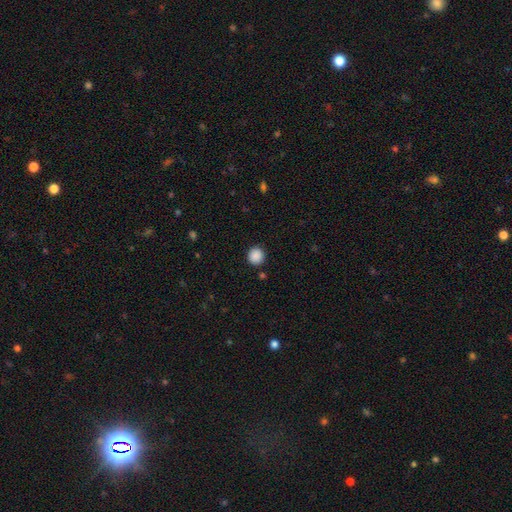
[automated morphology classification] type=smooth (88%); roundness=round (91%); merging=none (90%).